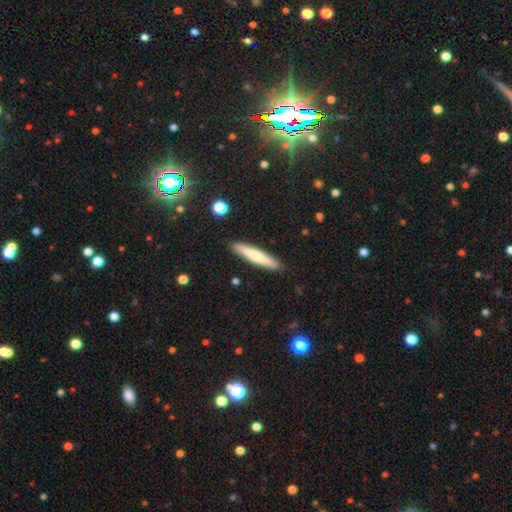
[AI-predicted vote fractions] smooth 65%, featured or disk 29%, star or artifact 6%. Down the decision tree: how rounded — cigar-shaped (91%); merging — none (90%).